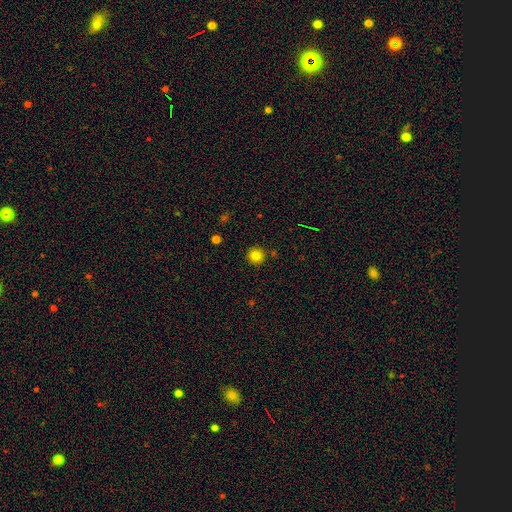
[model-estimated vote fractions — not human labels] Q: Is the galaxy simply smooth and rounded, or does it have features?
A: smooth — 82%.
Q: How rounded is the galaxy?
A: round — 95%.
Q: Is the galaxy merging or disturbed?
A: none — 90%.